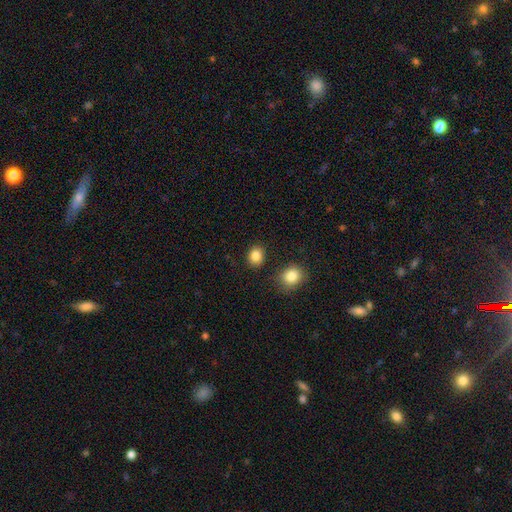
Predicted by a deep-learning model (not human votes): A smooth galaxy with no disk features (86%) that is round (56%). Merging: none (84%).